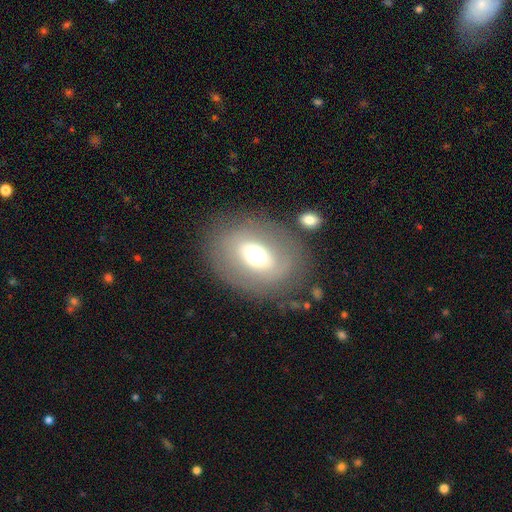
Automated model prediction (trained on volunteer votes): Smooth or featured?
  - smooth: 50% *
  - featured or disk: 40%
  - star or artifact: 11%
Merging?
  - none: 76% *
  - minor disturbance: 12%
  - major disturbance: 8%
  - merger: 5%